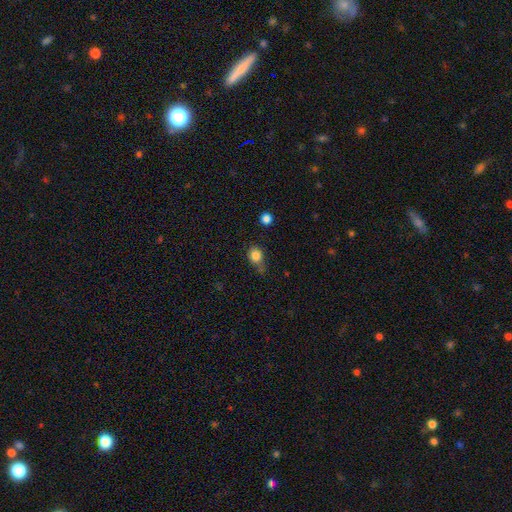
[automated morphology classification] smooth 83%, star or artifact 11%, featured or disk 6%. Down the decision tree: how rounded — round (68%); merging — none (57%).